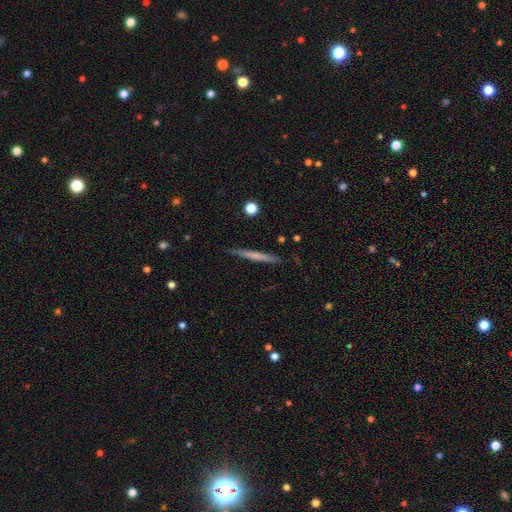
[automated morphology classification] smooth-or-featured: smooth: 49% | featured or disk: 44% | star or artifact: 6%
  merging: none: 89% | minor disturbance: 8% | major disturbance: 2% | merger: 1%